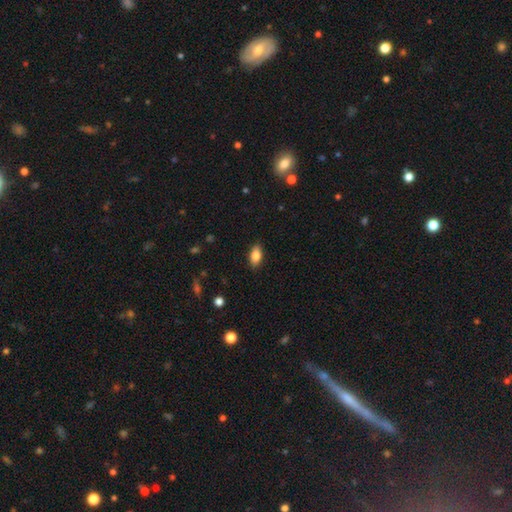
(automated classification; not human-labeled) The model was most divided on "smooth or featured": smooth: 83%, featured or disk: 9%, star or artifact: 8%. More confident: how rounded — in between (89%); merging — none (87%).